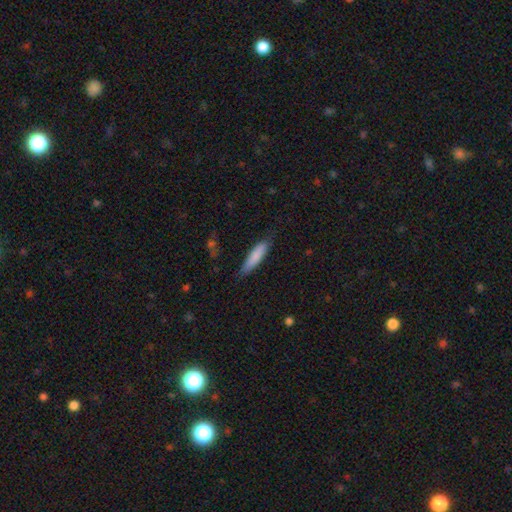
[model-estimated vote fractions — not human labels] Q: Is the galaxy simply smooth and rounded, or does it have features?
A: smooth — 82%.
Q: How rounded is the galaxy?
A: cigar-shaped — 74%.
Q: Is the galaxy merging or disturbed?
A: none — 77%.